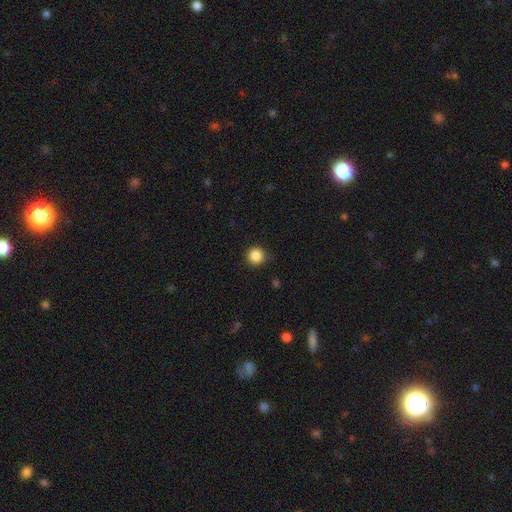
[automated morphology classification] smooth_or_featured: smooth (p=0.87) [alt: star or artifact p=0.10]
how_rounded: round (p=0.95) [alt: in between p=0.04]
merging: none (p=0.88) [alt: minor disturbance p=0.09]